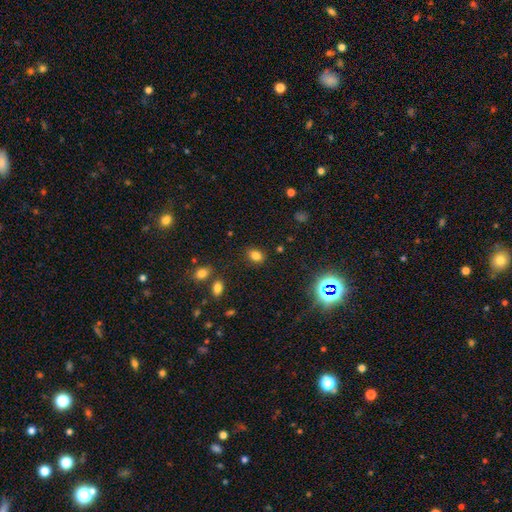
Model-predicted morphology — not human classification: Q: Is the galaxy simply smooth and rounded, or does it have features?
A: smooth — 80%.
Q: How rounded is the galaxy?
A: in between — 65%.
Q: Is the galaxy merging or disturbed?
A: none — 84%.